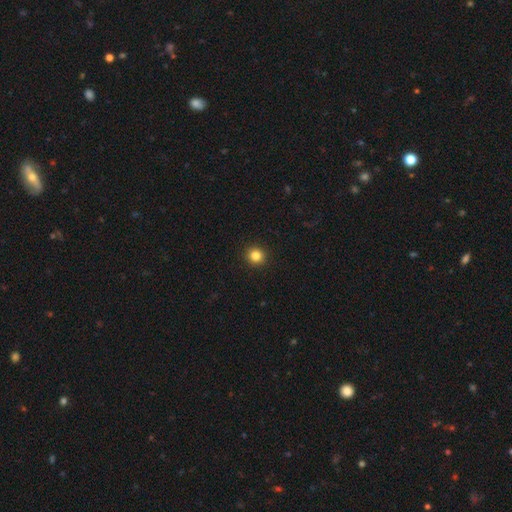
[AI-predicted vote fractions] smooth-or-featured: smooth: 84% | star or artifact: 12% | featured or disk: 4%
  how-rounded: round: 92% | in between: 7% | cigar-shaped: 1%
  merging: none: 93% | minor disturbance: 4% | major disturbance: 2% | merger: 1%